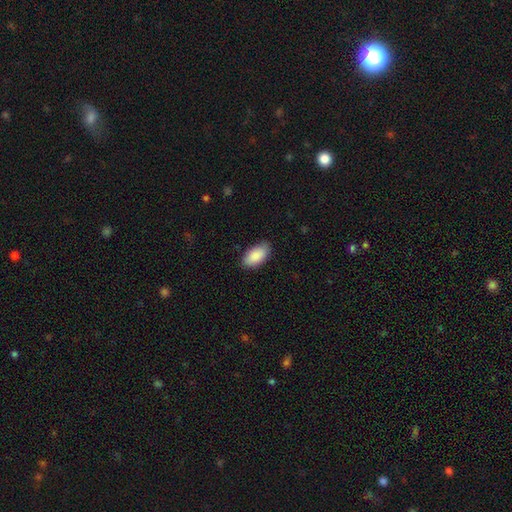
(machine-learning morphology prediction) Smooth or featured?
  - smooth: 90% *
  - star or artifact: 6%
  - featured or disk: 5%
How rounded?
  - in between: 95% *
  - cigar-shaped: 3%
  - round: 2%
Merging?
  - none: 84% *
  - minor disturbance: 13%
  - major disturbance: 2%
  - merger: 1%